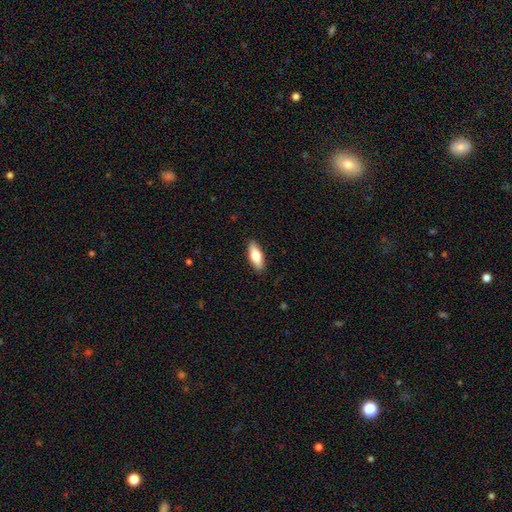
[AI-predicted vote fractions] The model was most divided on "how rounded": in between: 67%, cigar-shaped: 30%, round: 3%. More confident: merging — none (89%); smooth or featured — smooth (68%).